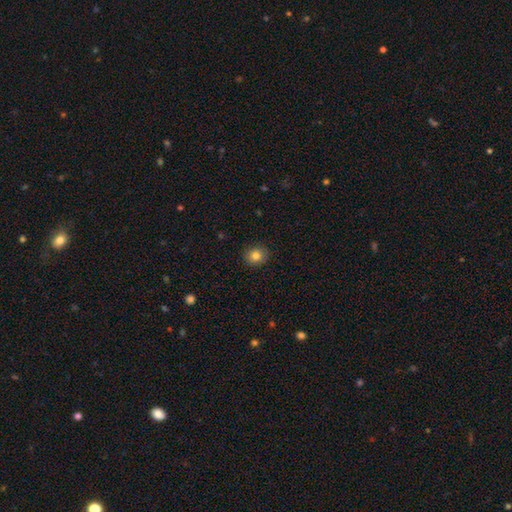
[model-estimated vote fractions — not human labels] Smooth or featured?
  - smooth: 82% *
  - star or artifact: 11%
  - featured or disk: 7%
How rounded?
  - round: 78% *
  - in between: 21%
  - cigar-shaped: 1%
Merging?
  - none: 89% *
  - minor disturbance: 8%
  - major disturbance: 2%
  - merger: 1%